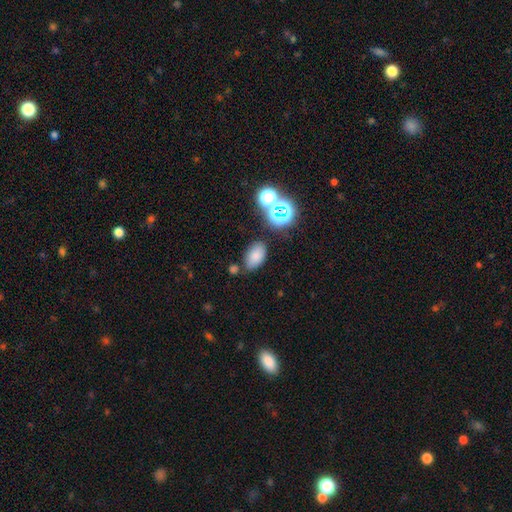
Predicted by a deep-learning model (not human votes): Smooth or featured? Predicted: smooth (p=0.76). How rounded? Predicted: in between (p=0.89). Merging? Predicted: none (p=0.74).